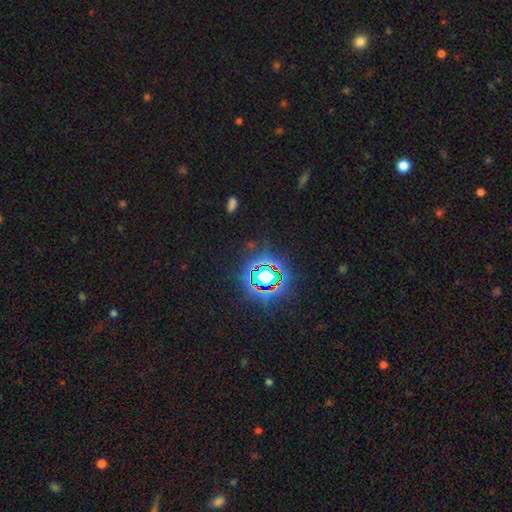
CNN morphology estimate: This appears to be a star or artifact, not a galaxy (82%).